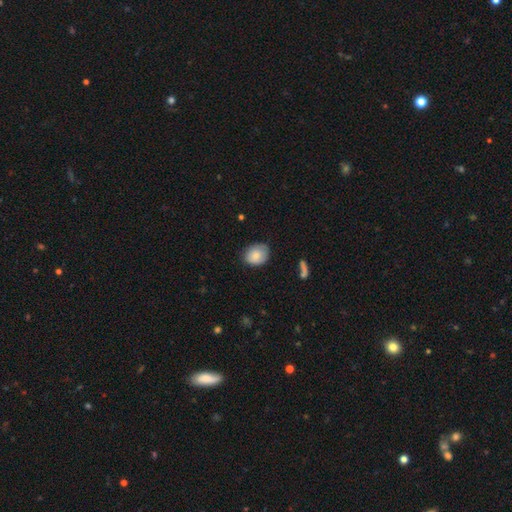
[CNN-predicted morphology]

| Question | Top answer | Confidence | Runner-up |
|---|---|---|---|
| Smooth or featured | smooth | 77% | featured or disk (15%) |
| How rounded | in between | 52% | round (47%) |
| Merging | none | 67% | minor disturbance (26%) |